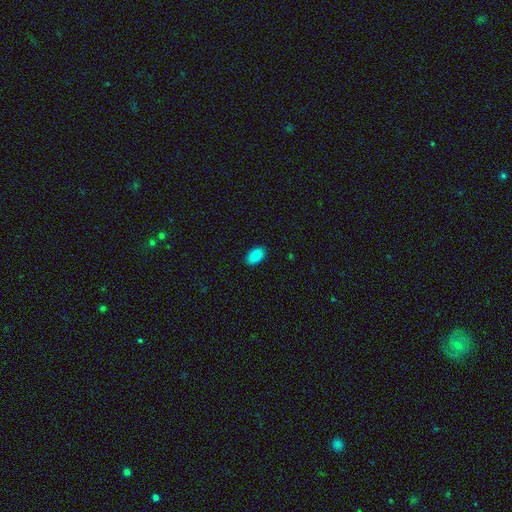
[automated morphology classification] Smooth or featured? smooth (88%)
How rounded? in between (92%)
Merging? none (89%)